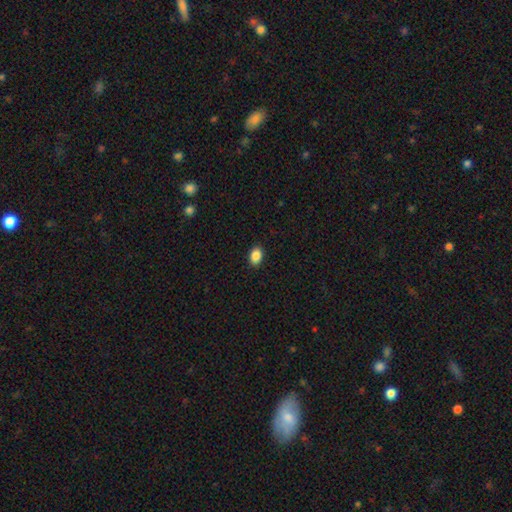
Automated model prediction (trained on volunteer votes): A smooth galaxy with no disk features (88%) that is in between round and cigar-shaped (81%).

Vote fractions:
- Smooth or featured? smooth: 88% / star or artifact: 8% / featured or disk: 4%
- How rounded? in between: 81% / round: 18% / cigar-shaped: 1%
- Merging? none: 90% / minor disturbance: 7% / major disturbance: 2% / merger: 1%